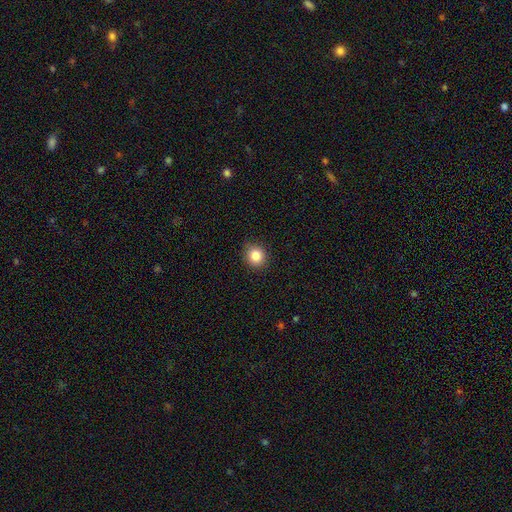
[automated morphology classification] type=smooth (85%); roundness=round (80%); merging=none (87%).